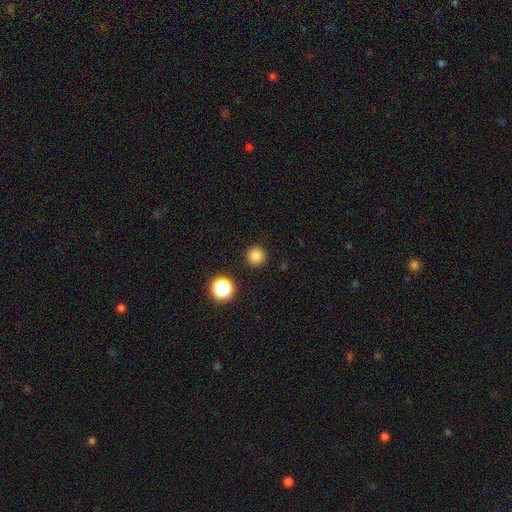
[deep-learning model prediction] This appears to be a smooth galaxy with no disk features (83%) that is round (96%). Merging: none (92%).